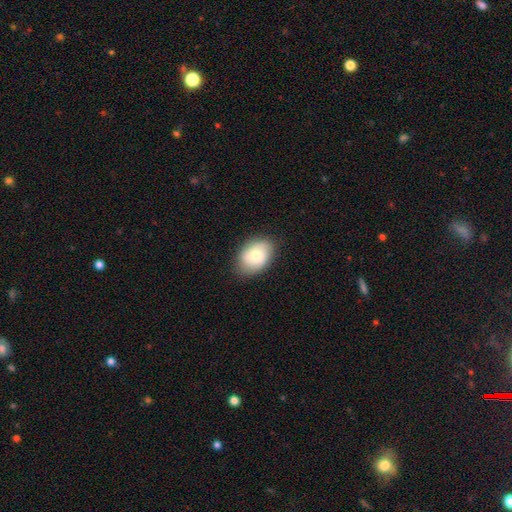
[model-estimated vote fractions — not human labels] smooth_or_featured: smooth (p=0.71) [alt: featured or disk p=0.22]
how_rounded: in between (p=0.81) [alt: round p=0.18]
merging: none (p=0.82) [alt: minor disturbance p=0.14]